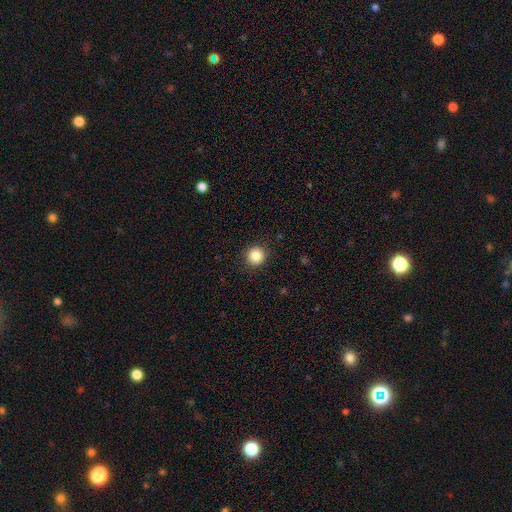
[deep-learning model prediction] Smooth or featured? smooth (86%)
How rounded? round (94%)
Merging? none (91%)